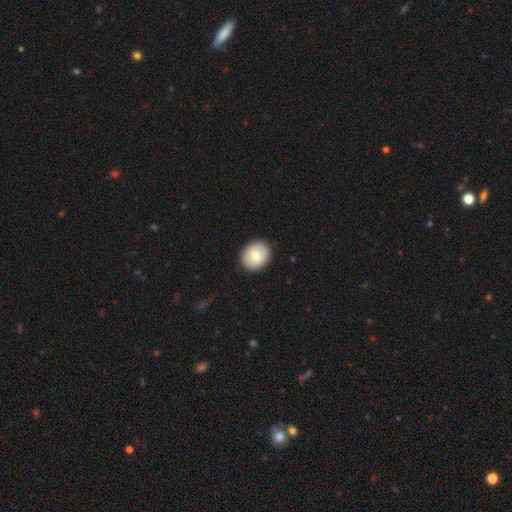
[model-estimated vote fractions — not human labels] smooth-or-featured: smooth: 77% | featured or disk: 16% | star or artifact: 7%
  how-rounded: round: 63% | in between: 36% | cigar-shaped: 1%
  merging: none: 90% | minor disturbance: 7% | major disturbance: 2% | merger: 1%